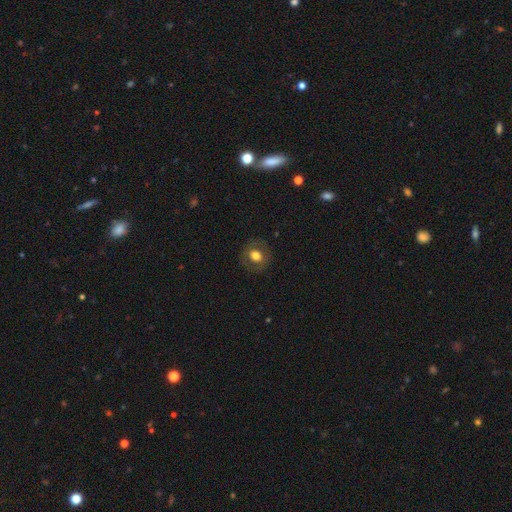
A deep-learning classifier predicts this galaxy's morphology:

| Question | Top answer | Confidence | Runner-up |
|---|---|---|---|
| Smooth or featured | smooth | 66% | featured or disk (24%) |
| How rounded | round | 76% | in between (23%) |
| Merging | none | 85% | minor disturbance (10%) |